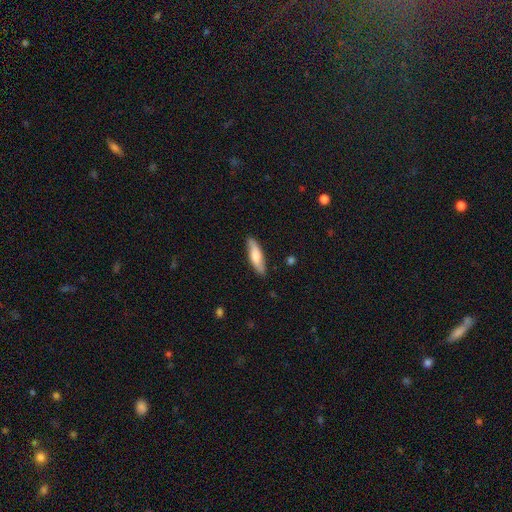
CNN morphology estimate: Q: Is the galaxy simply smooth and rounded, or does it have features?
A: smooth — 67%.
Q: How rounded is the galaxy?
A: cigar-shaped — 62%.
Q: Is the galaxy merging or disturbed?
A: none — 85%.